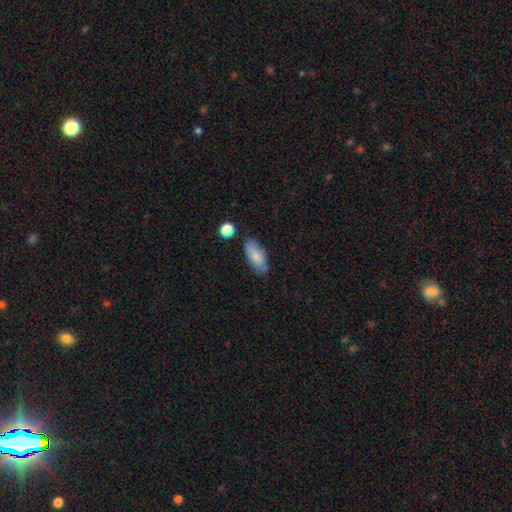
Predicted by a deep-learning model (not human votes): smooth_or_featured: smooth (p=0.81) [alt: featured or disk p=0.13]
how_rounded: in between (p=0.86) [alt: cigar-shaped p=0.12]
merging: none (p=0.76) [alt: minor disturbance p=0.17]